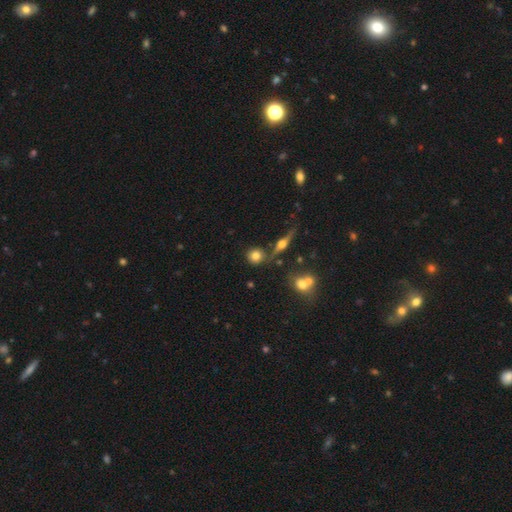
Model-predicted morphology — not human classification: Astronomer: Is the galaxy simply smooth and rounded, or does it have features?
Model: smooth — 74%.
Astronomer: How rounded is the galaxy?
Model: round — 89%.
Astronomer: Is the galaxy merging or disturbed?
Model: none — 75%.